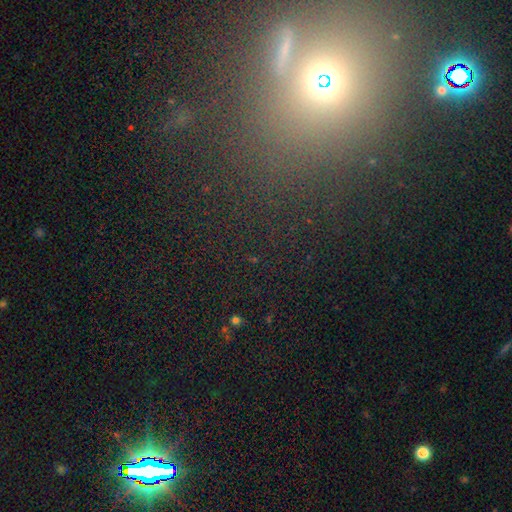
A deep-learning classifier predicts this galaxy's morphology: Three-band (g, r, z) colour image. It shows a star or artifact, not a galaxy (56%).